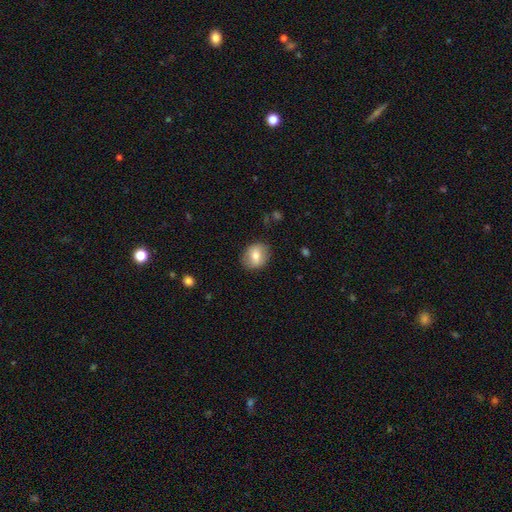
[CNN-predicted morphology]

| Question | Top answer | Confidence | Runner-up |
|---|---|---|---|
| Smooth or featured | smooth | 68% | featured or disk (24%) |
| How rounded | round | 63% | in between (36%) |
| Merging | none | 84% | minor disturbance (11%) |